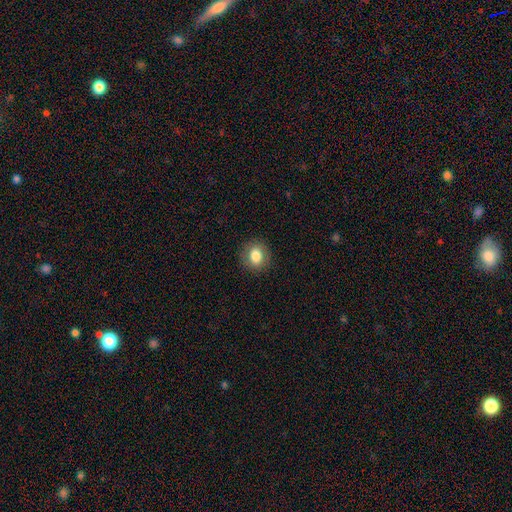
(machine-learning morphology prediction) Smooth or featured?
  - smooth: 81% *
  - featured or disk: 10%
  - star or artifact: 9%
How rounded?
  - round: 71% *
  - in between: 28%
  - cigar-shaped: 1%
Merging?
  - none: 88% *
  - minor disturbance: 8%
  - major disturbance: 3%
  - merger: 1%